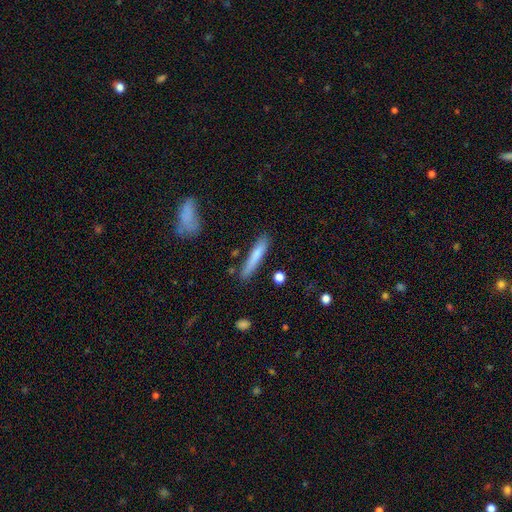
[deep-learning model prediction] Smooth or featured: smooth — 75% (featured or disk — 18%)
How rounded: cigar-shaped — 91% (in between — 7%)
Merging: none — 81% (minor disturbance — 13%)